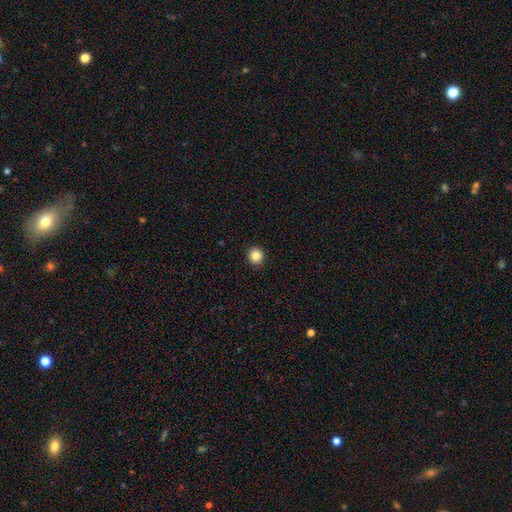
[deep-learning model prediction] Q: Smooth or featured?
A: smooth (86%); runner-up: star or artifact (10%)
Q: How rounded?
A: round (91%); runner-up: in between (8%)
Q: Merging?
A: none (93%); runner-up: minor disturbance (4%)